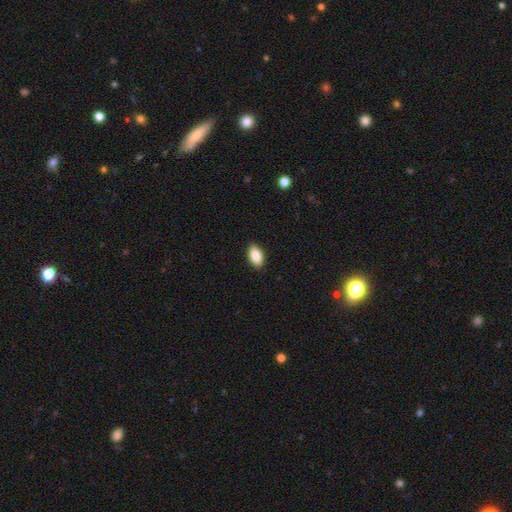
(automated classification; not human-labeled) This appears to be a smooth galaxy with no disk features (87%) that is in between round and cigar-shaped (93%). Merging: none (91%).